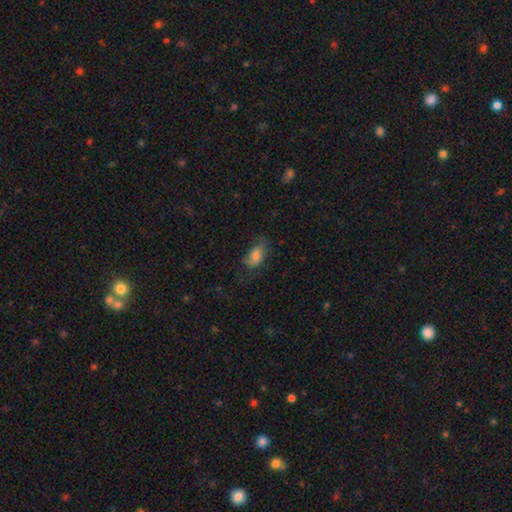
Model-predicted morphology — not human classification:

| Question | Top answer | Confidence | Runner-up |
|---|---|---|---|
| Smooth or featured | smooth | 76% | featured or disk (15%) |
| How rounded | in between | 89% | round (7%) |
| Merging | none | 56% | minor disturbance (27%) |